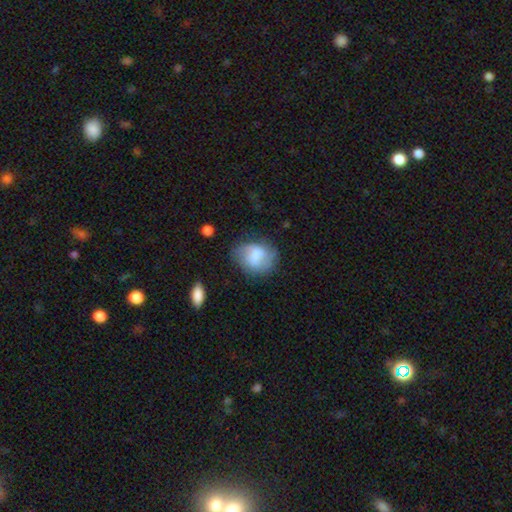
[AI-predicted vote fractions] smooth 64%, featured or disk 28%, star or artifact 8%. Down the decision tree: how rounded — round (53%); merging — none (55%).